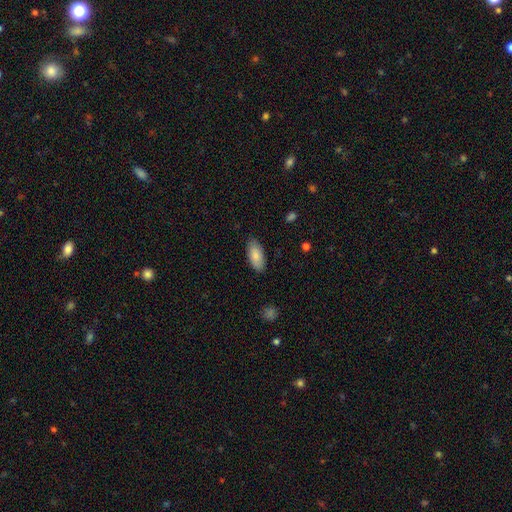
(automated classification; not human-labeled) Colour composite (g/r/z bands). It shows a smooth galaxy with no disk features (85%) that is in between round and cigar-shaped (88%). Merging: none (85%).